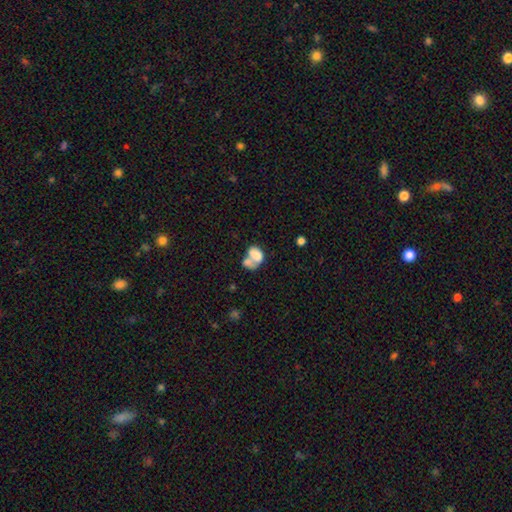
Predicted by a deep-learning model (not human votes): Overall: smooth (68%). How rounded: in between (72%). Merging: merger (62%).